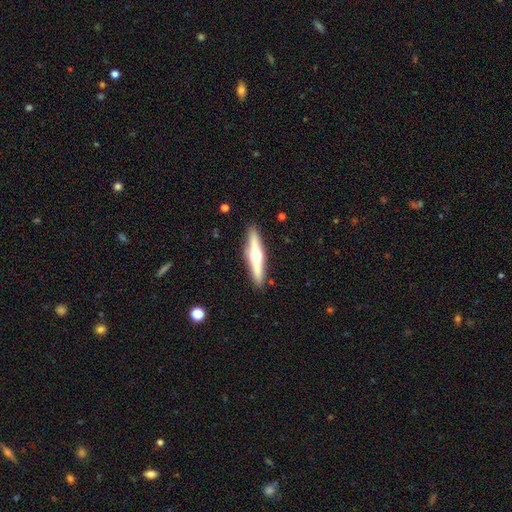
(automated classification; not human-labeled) smooth_or_featured: featured or disk (p=0.67) [alt: smooth p=0.28]
disk_edge_on: yes (p=0.97) [alt: no p=0.03]
edge_on_bulge: rounded (p=0.94) [alt: boxy p=0.04]
merging: none (p=0.90) [alt: minor disturbance p=0.07]